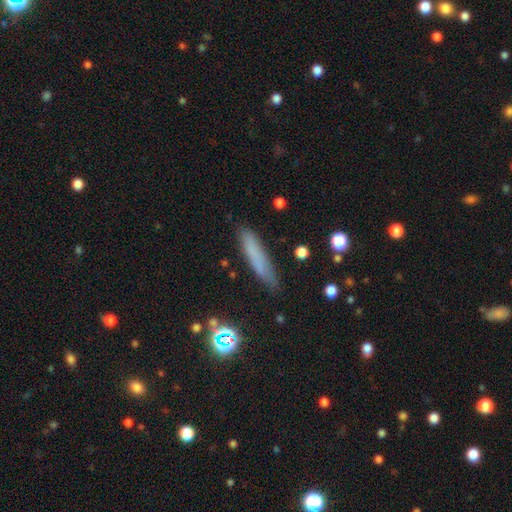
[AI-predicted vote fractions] This appears to be a smooth galaxy with no disk features (71%) that is cigar-shaped (87%). Merging: none (80%).